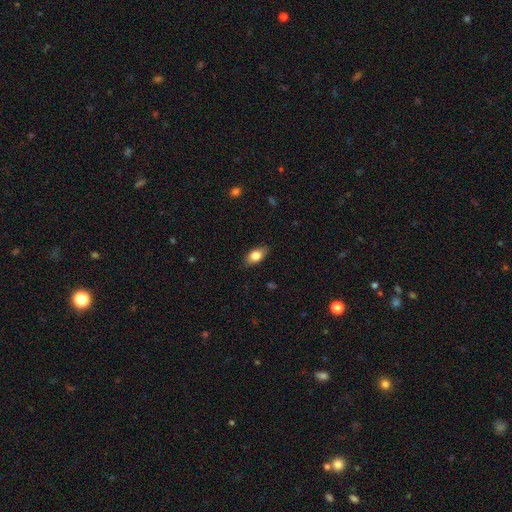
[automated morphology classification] This appears to be a smooth galaxy with no disk features (80%) that is in between round and cigar-shaped (89%). Merging: none (85%).